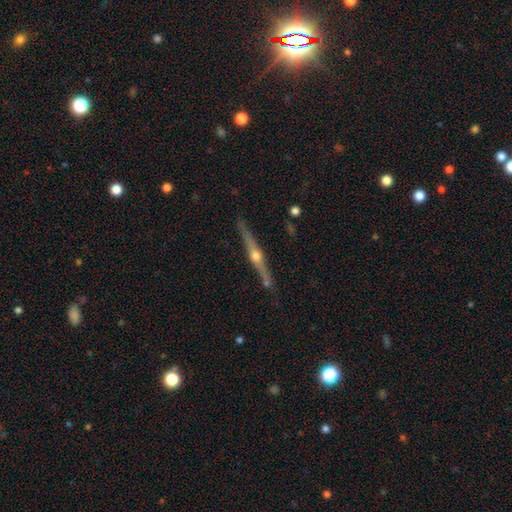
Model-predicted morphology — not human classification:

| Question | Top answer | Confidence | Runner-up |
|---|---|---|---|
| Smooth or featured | featured or disk | 86% | smooth (8%) |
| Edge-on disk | yes | 98% | no (2%) |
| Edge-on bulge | rounded | 95% | boxy (3%) |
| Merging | none | 90% | minor disturbance (7%) |